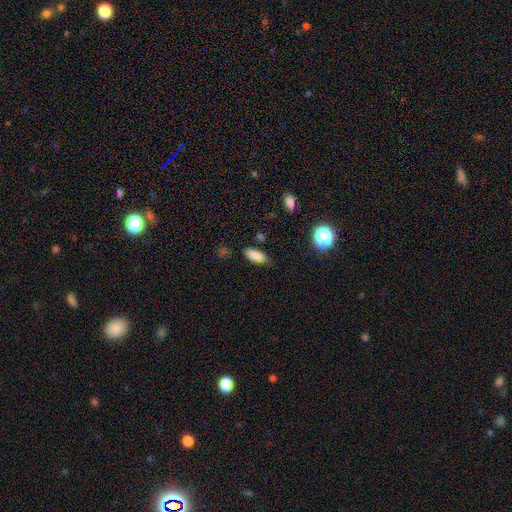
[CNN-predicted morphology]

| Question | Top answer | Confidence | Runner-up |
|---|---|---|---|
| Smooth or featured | smooth | 84% | star or artifact (10%) |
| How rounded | in between | 77% | cigar-shaped (20%) |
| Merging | none | 73% | minor disturbance (20%) |